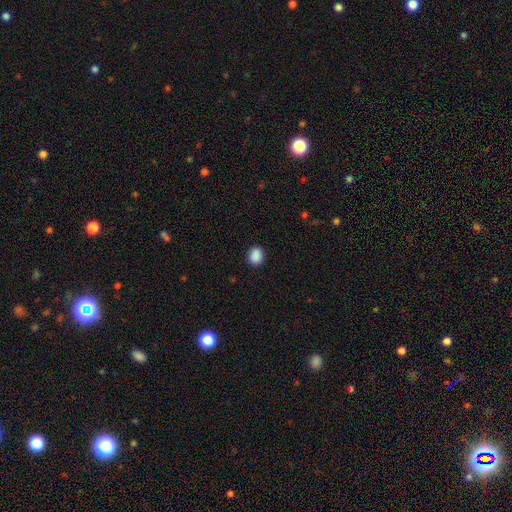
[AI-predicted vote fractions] Smooth or featured: smooth — 89% (star or artifact — 9%)
How rounded: round — 54% (in between — 45%)
Merging: none — 89% (minor disturbance — 7%)